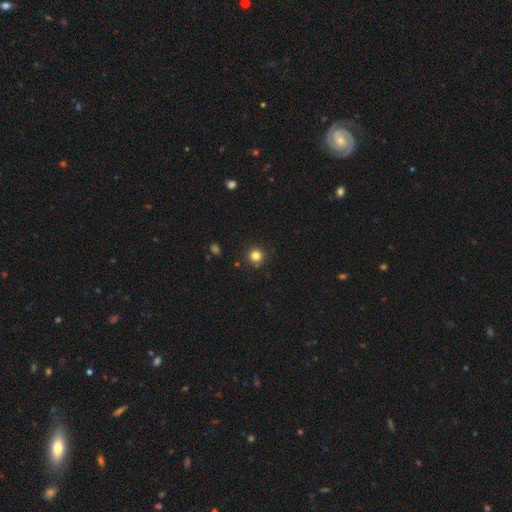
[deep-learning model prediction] This is clearly a smooth galaxy (82%). How rounded: clearly round (95%). Merging: clearly none (91%).